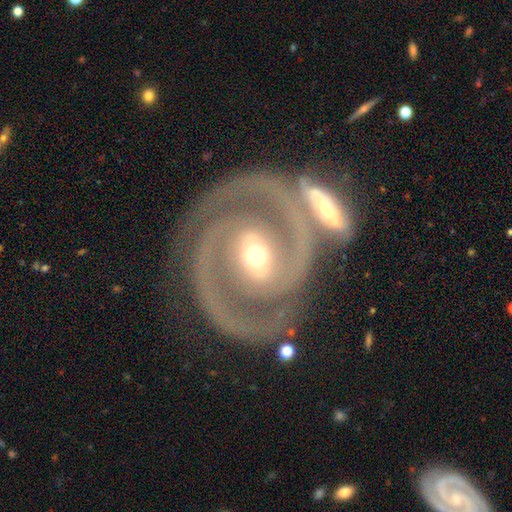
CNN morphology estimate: A featured or disk galaxy (93%) with a strong bar (47%), 2 (94%) tight (51%) spiral arms (98%) and a moderate central bulge (60%). Merging: none (63%).